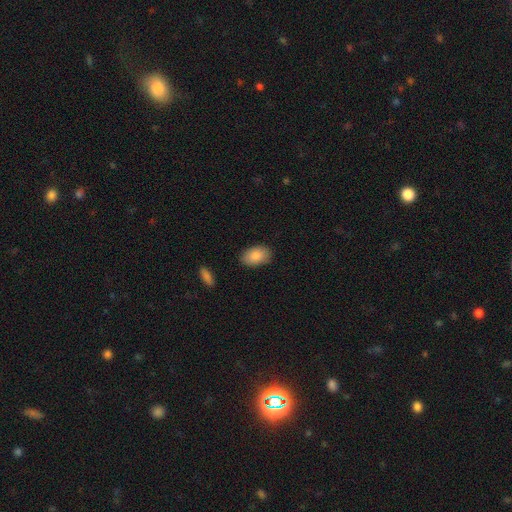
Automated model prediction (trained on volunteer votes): Smooth or featured: smooth — 88% (star or artifact — 6%)
How rounded: in between — 91% (round — 8%)
Merging: none — 86% (minor disturbance — 11%)